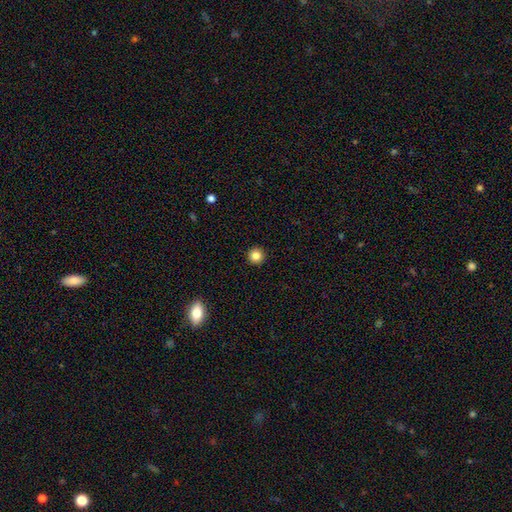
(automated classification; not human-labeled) A smooth galaxy with no disk features (84%) that is round (96%).

Vote fractions:
- Smooth or featured? smooth: 84% / star or artifact: 11% / featured or disk: 5%
- How rounded? round: 96% / in between: 3% / cigar-shaped: 1%
- Merging? none: 94% / minor disturbance: 4% / major disturbance: 1% / merger: 1%